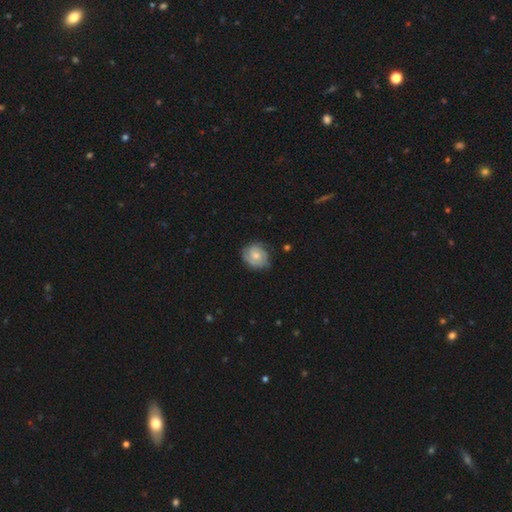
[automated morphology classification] Overall: featured or disk (60%; smooth 33%). Edge-on disk: no (98%). Bar: no (68%; weak 28%). Spiral arms: yes (89%). Spiral arm count: 2 (45%; can't tell 25%). Spiral winding: tight (61%; medium 30%). Bulge size: moderate (54%; small 39%). Merging: none (73%).